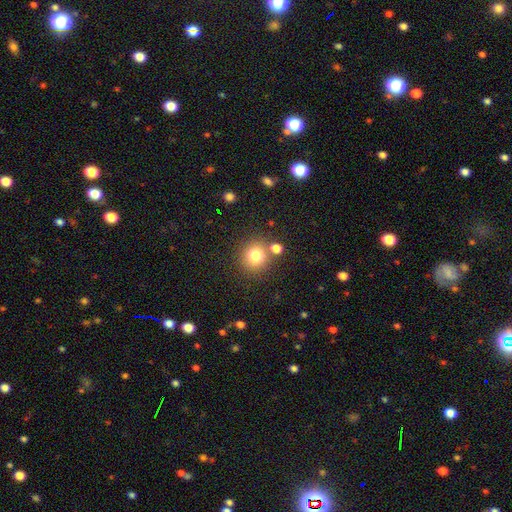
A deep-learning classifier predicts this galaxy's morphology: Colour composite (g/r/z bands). It shows a smooth galaxy with no disk features (80%) that is round (89%). Merging: none (75%).